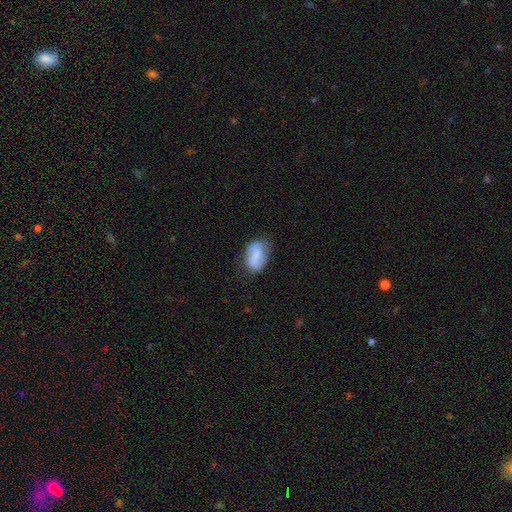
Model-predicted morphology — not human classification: type=smooth (63%); roundness=in between (89%); merging=none (64%).